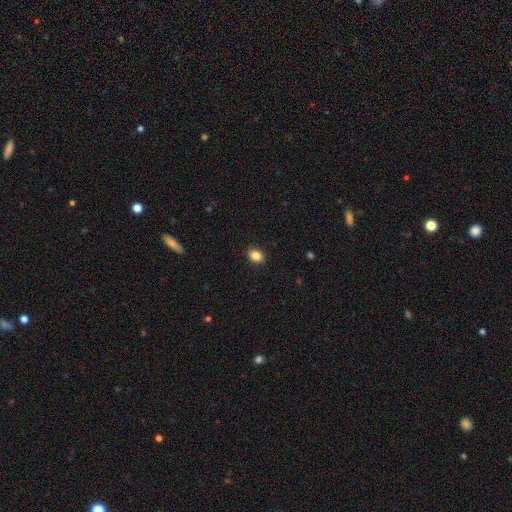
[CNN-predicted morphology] smooth 86%, star or artifact 9%, featured or disk 4%. Down the decision tree: how rounded — in between (69%); merging — none (90%).